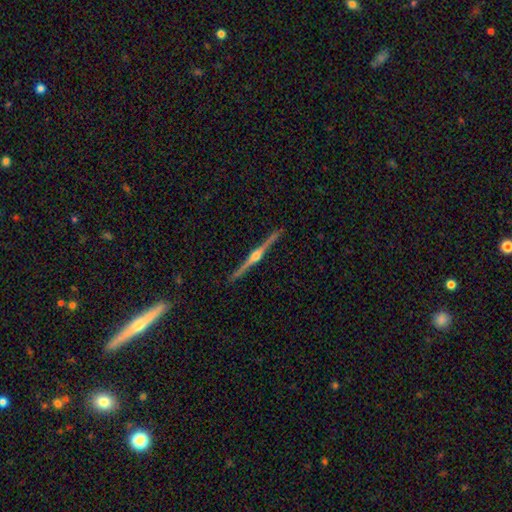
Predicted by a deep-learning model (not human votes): Q: Smooth or featured?
A: featured or disk (88%); runner-up: smooth (7%)
Q: Edge-on disk?
A: yes (99%); runner-up: no (1%)
Q: Edge-on bulge?
A: rounded (94%); runner-up: boxy (3%)
Q: Merging?
A: none (92%); runner-up: minor disturbance (5%)